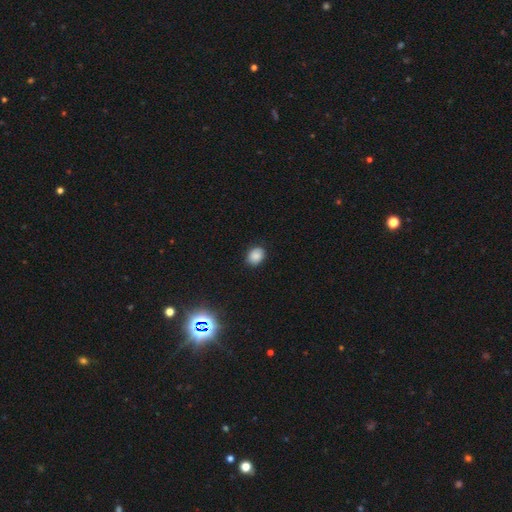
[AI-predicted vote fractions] Smooth or featured? smooth (85%)
How rounded? in between (60%)
Merging? none (85%)